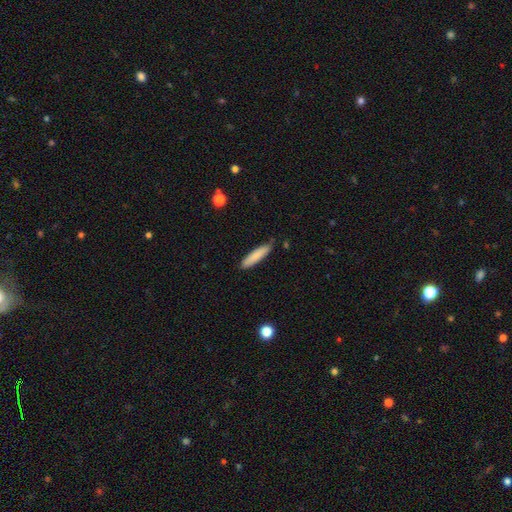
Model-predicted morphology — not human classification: This is clearly a smooth galaxy (83%). How rounded: clearly cigar-shaped (82%). Merging: clearly none (85%).